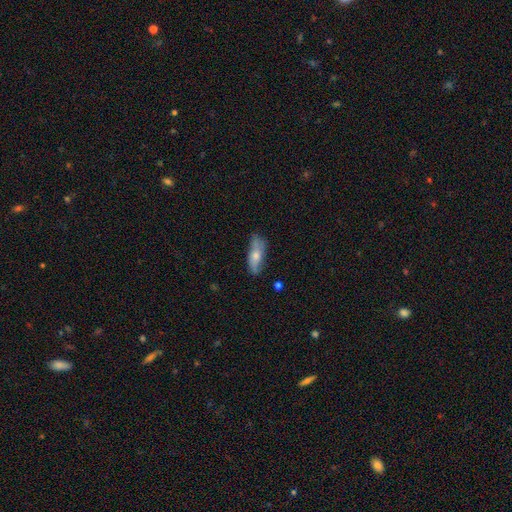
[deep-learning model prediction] Smooth or featured? Predicted: smooth (p=0.55). How rounded? Predicted: in between (p=0.70). Merging? Predicted: none (p=0.64).